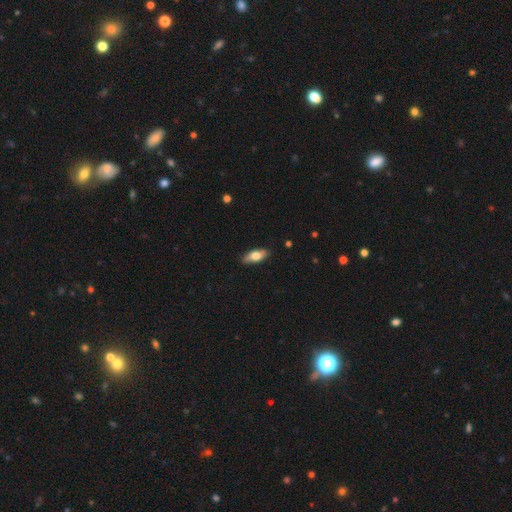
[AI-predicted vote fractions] Overall: smooth (69%). How rounded: in between (77%). Merging: none (85%).